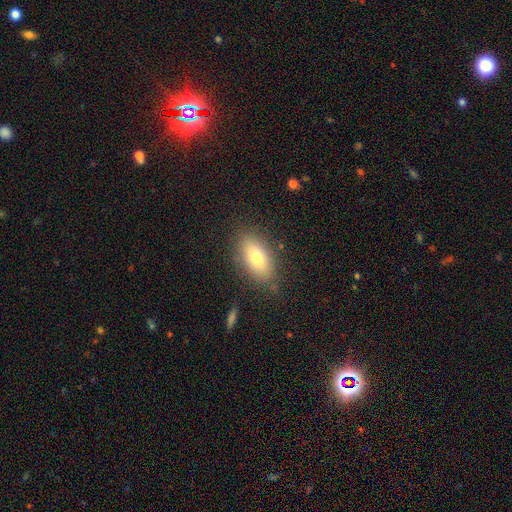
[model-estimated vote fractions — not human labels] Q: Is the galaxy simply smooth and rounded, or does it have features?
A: smooth — 75%.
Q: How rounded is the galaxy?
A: in between — 88%.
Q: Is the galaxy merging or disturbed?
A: none — 83%.